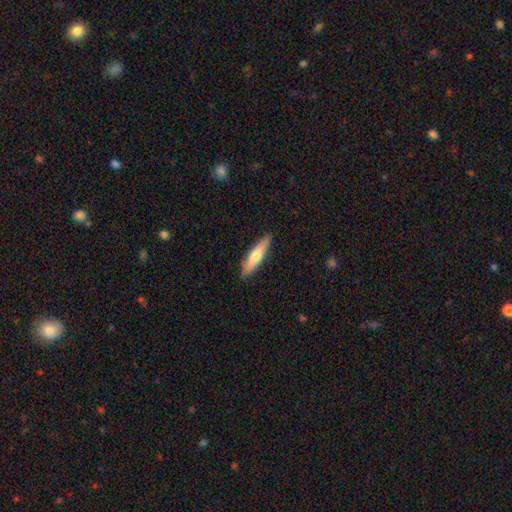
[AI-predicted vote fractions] smooth 61%, featured or disk 33%, star or artifact 5%. Down the decision tree: how rounded — cigar-shaped (78%); merging — none (89%).